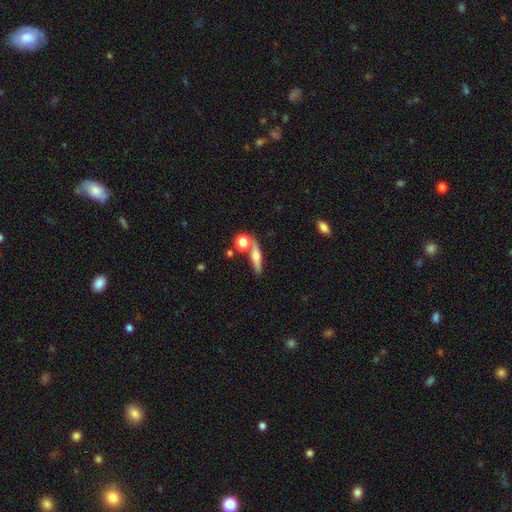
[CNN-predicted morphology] smooth_or_featured: featured or disk (p=0.53) [alt: smooth p=0.39]
disk_edge_on: yes (p=0.91) [alt: no p=0.09]
merging: none (p=0.69) [alt: merger p=0.16]